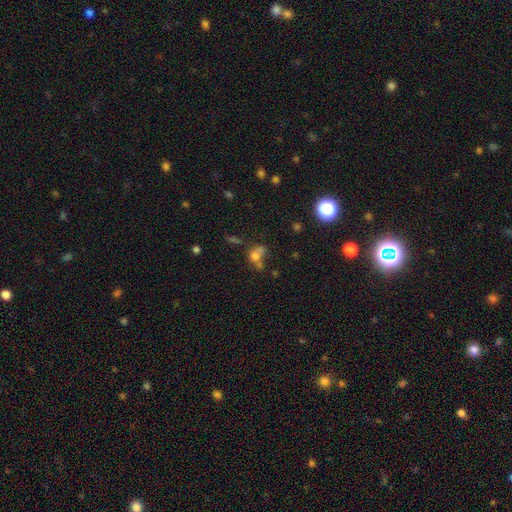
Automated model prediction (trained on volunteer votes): Smooth or featured? Predicted: smooth (p=0.64). How rounded? Predicted: round (p=0.58). Merging? Predicted: merger (p=0.45).